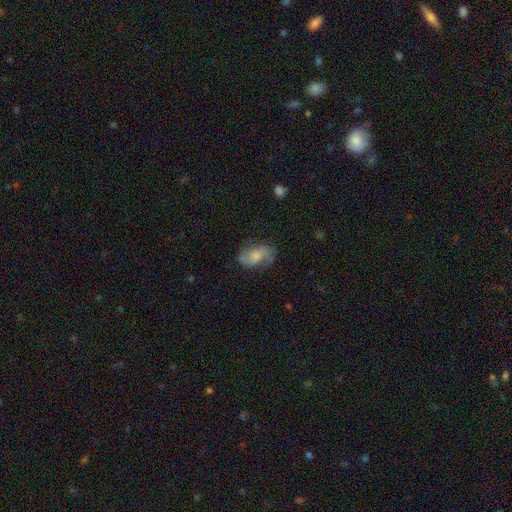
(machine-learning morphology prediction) Overall: featured or disk (56%; smooth 36%). Edge-on disk: no (96%). Bar: no (61%; weak 32%). Spiral arms: yes (89%). Bulge size: moderate (38%; small 32%). Merging: none (68%).